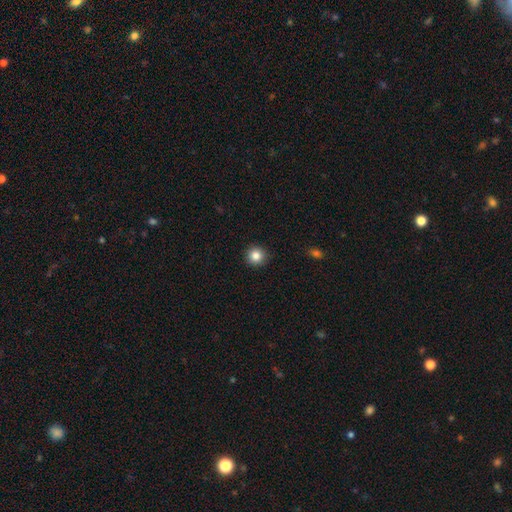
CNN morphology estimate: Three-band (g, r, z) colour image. It shows a smooth galaxy with no disk features (84%) that is round (95%). Merging: none (92%).